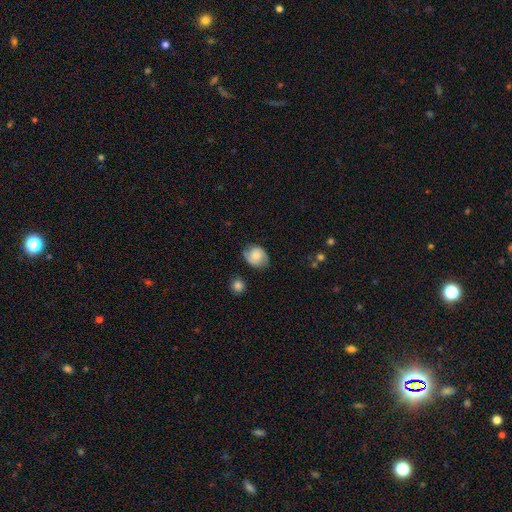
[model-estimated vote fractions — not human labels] Q: Smooth or featured?
A: smooth (61%); runner-up: featured or disk (31%)
Q: How rounded?
A: round (61%); runner-up: in between (38%)
Q: Merging?
A: none (66%); runner-up: minor disturbance (26%)